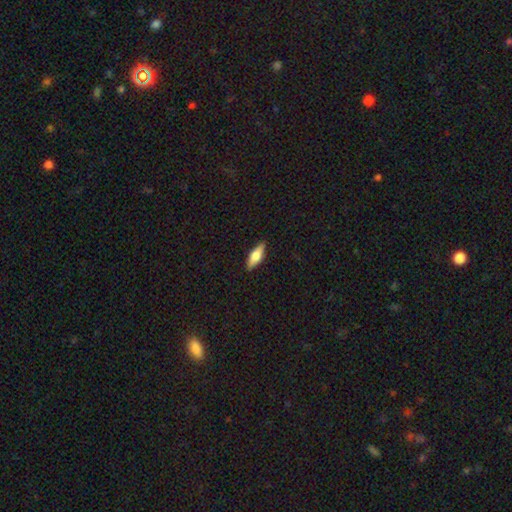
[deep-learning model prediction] Smooth or featured? smooth (53%)
How rounded? in between (58%)
Merging? none (89%)